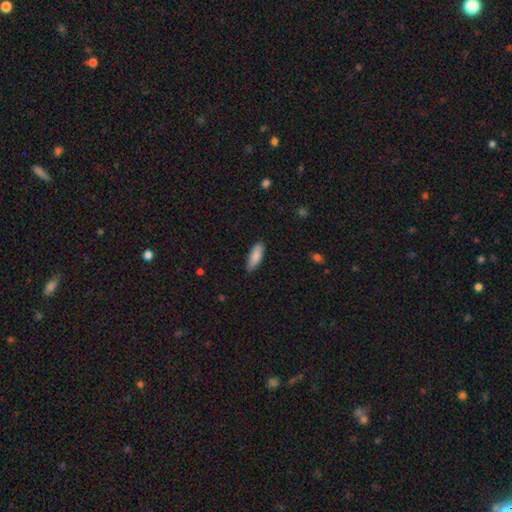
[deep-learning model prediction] This is clearly a smooth galaxy (86%). How rounded: likely in between (67%). Merging: clearly none (84%).